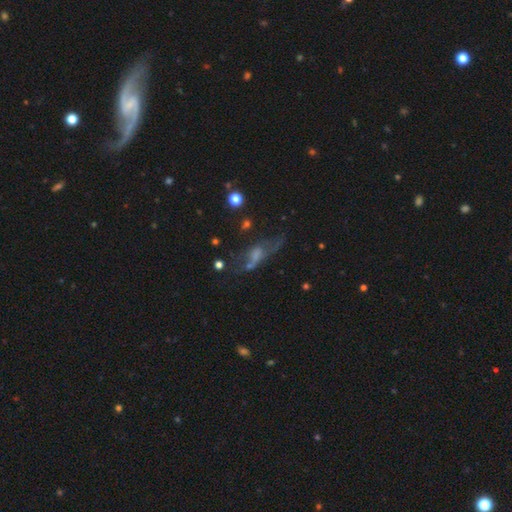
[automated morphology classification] Smooth or featured?
  - featured or disk: 47% *
  - smooth: 33%
  - star or artifact: 20%
Merging?
  - none: 37% *
  - major disturbance: 34%
  - minor disturbance: 21%
  - merger: 8%